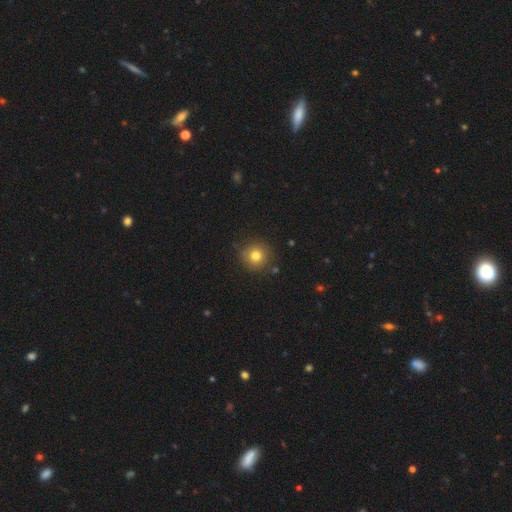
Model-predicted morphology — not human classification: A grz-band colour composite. It shows a smooth galaxy with no disk features (78%) that is round (94%). Merging: none (88%).